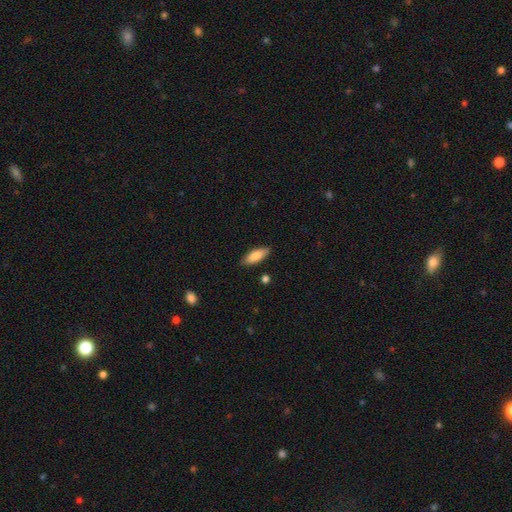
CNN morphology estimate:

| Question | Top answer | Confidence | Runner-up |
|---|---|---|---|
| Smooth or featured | smooth | 81% | featured or disk (13%) |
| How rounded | in between | 65% | cigar-shaped (33%) |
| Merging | none | 86% | minor disturbance (10%) |